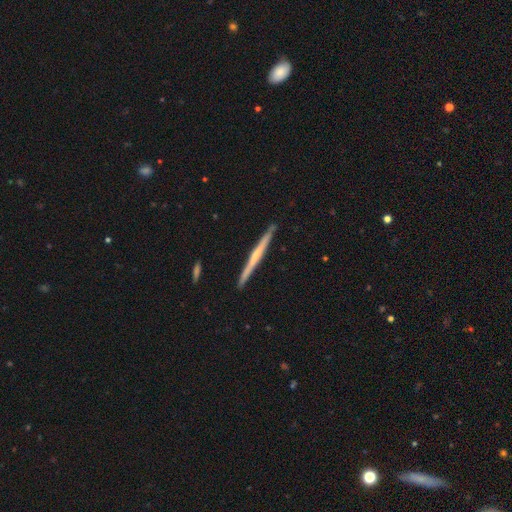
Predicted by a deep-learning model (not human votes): Overall: featured or disk (63%; smooth 32%). Edge-on disk: yes (98%). Edge-on bulge: none (62%; rounded 30%). Merging: none (91%).